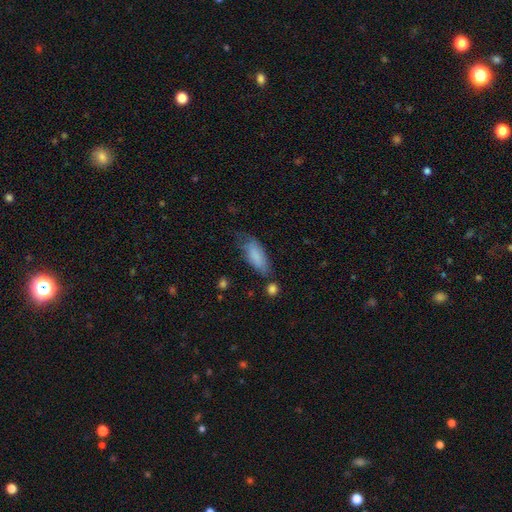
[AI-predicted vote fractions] A smooth galaxy with no disk features (82%) that is in between round and cigar-shaped (76%).

Vote fractions:
- Smooth or featured? smooth: 82% / featured or disk: 12% / star or artifact: 7%
- How rounded? in between: 76% / cigar-shaped: 22% / round: 2%
- Merging? none: 47% / minor disturbance: 34% / major disturbance: 13% / merger: 6%